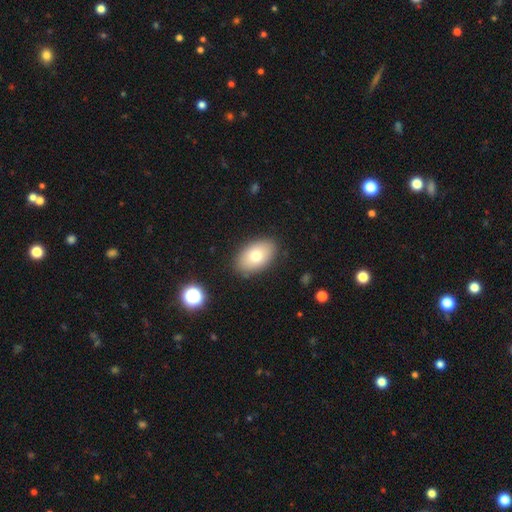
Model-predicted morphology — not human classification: The model was most divided on "smooth or featured": smooth: 75%, featured or disk: 17%, star or artifact: 8%. More confident: how rounded — in between (91%); merging — none (87%).